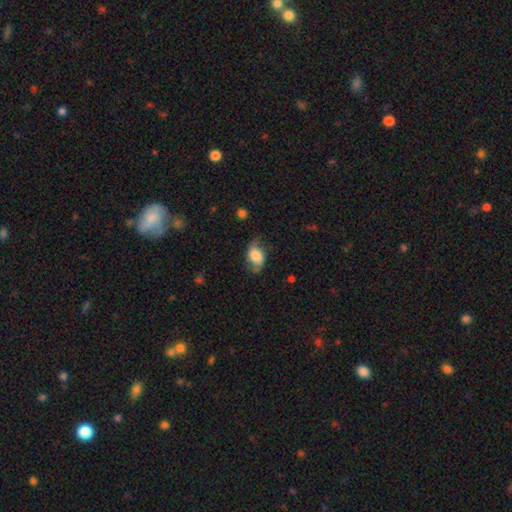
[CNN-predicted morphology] Smooth or featured? smooth (54%)
How rounded? in between (82%)
Merging? none (59%)